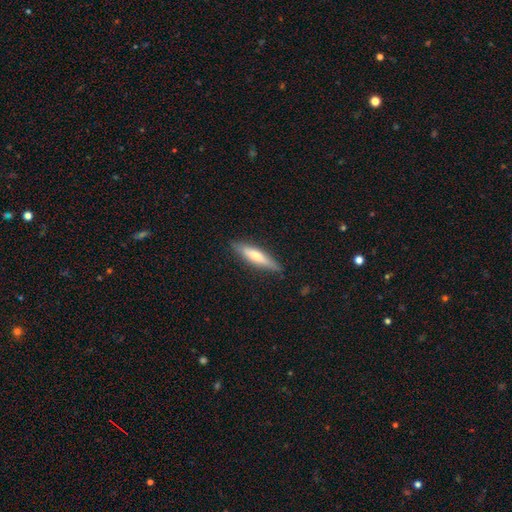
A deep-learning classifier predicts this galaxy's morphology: Q: Smooth or featured?
A: smooth (59%); runner-up: featured or disk (35%)
Q: How rounded?
A: cigar-shaped (81%); runner-up: in between (17%)
Q: Merging?
A: none (85%); runner-up: minor disturbance (12%)